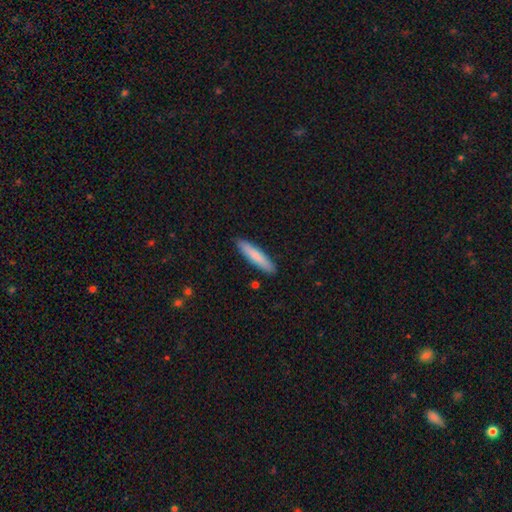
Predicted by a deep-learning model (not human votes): This is likely a smooth galaxy (79%). How rounded: clearly cigar-shaped (87%). Merging: clearly none (90%).